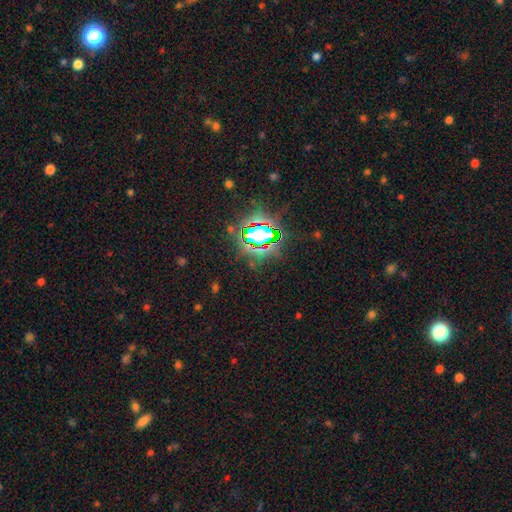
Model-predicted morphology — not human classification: Q: Smooth or featured?
A: star or artifact (81%); runner-up: smooth (12%)